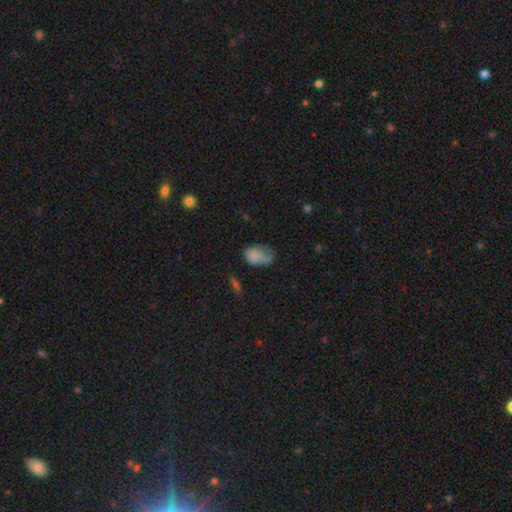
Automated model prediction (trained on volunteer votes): Smooth or featured: smooth — 76% (featured or disk — 14%)
How rounded: in between — 85% (round — 13%)
Merging: none — 38% (minor disturbance — 35%)